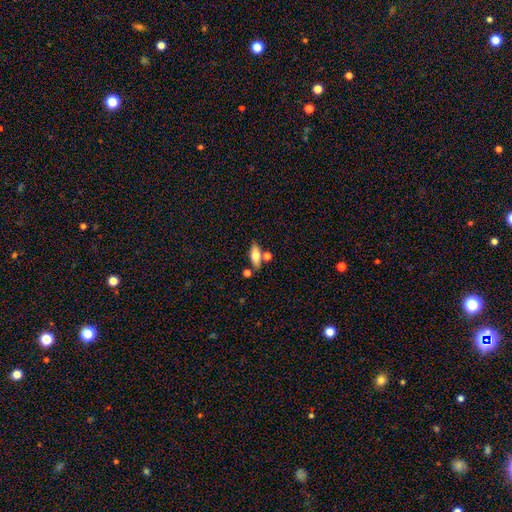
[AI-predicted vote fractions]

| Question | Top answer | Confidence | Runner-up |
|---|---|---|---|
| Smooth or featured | smooth | 69% | featured or disk (24%) |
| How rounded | in between | 78% | cigar-shaped (17%) |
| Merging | none | 71% | merger (14%) |